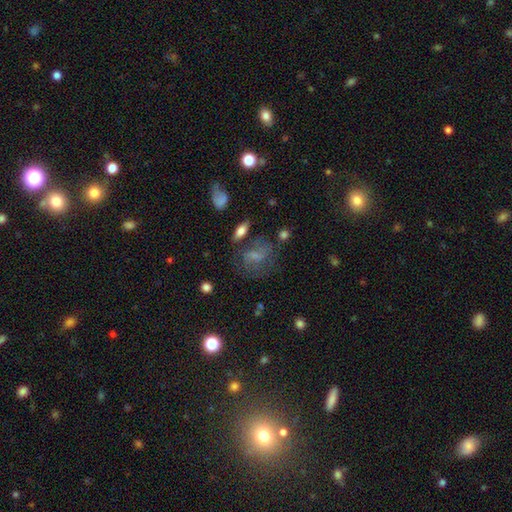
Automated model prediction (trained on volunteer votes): Overall: smooth (44%; featured or disk 38%). Merging: none (51%; major disturbance 22%).